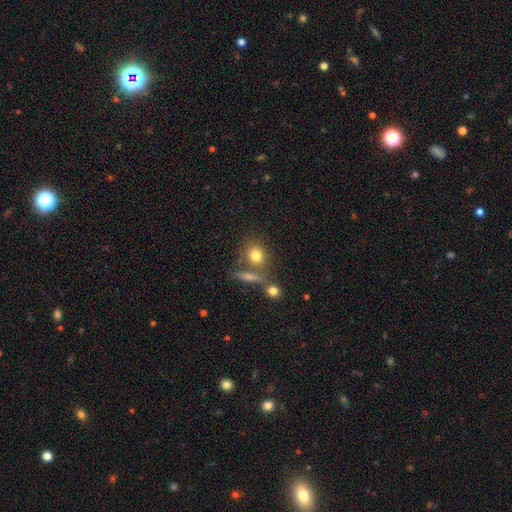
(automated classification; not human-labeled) This is likely a smooth galaxy (77%). How rounded: likely round (73%). Merging: likely none (63%).